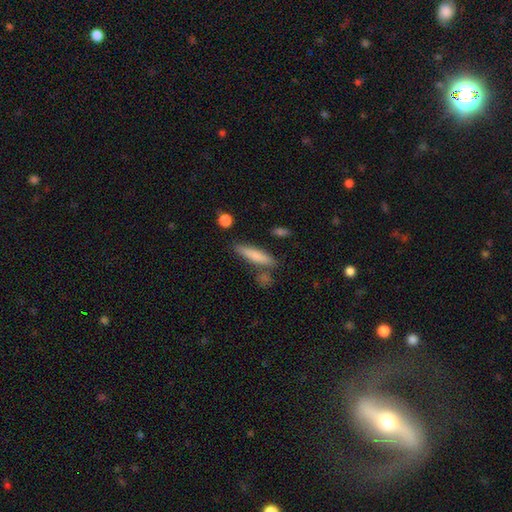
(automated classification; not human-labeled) The model was most divided on "smooth or featured": smooth: 78%, featured or disk: 15%, star or artifact: 6%. More confident: how rounded — cigar-shaped (82%); merging — none (77%).